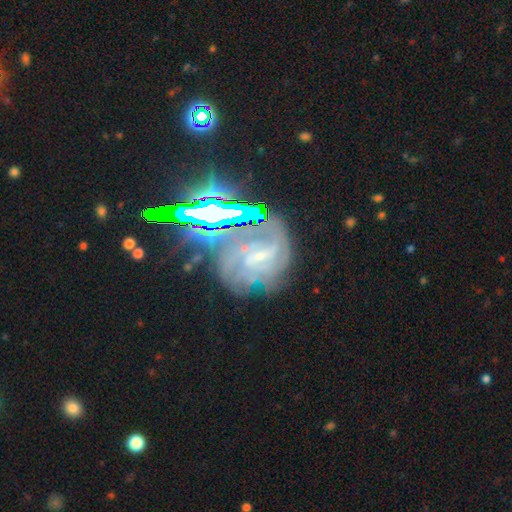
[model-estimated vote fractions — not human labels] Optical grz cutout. It shows a featured or disk galaxy (63%) with a weak bar (41%), tight (59%) spiral arms (86%) and a small central bulge (63%). Merging: none (56%).